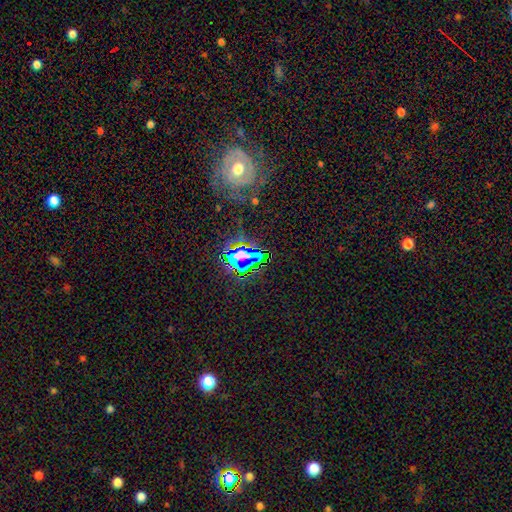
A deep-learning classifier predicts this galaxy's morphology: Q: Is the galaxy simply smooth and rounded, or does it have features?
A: star or artifact — 71%.